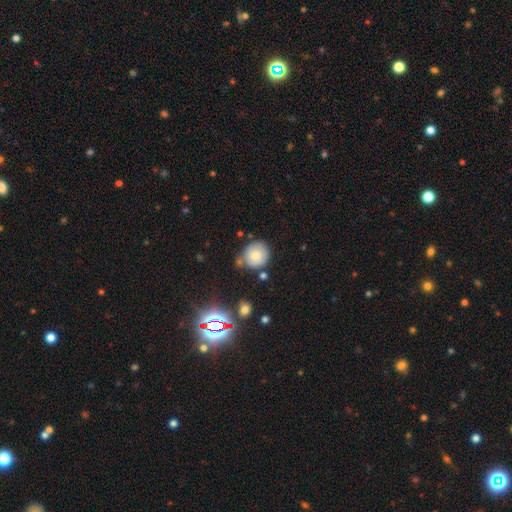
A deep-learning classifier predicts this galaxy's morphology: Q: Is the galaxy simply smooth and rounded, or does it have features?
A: smooth — 76%.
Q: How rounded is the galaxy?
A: round — 85%.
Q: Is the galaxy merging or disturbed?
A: none — 66%.